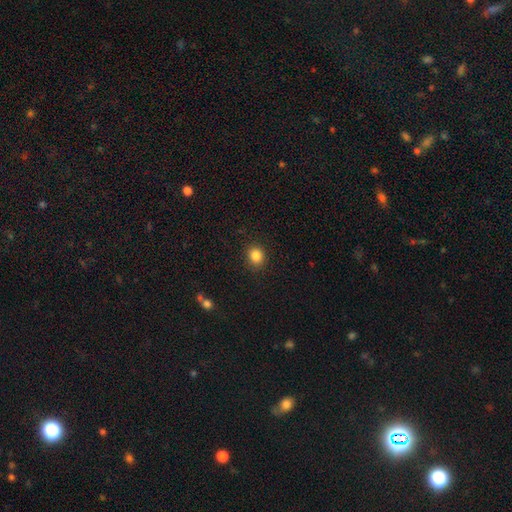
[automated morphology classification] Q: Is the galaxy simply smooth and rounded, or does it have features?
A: smooth — 85%.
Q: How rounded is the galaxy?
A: round — 78%.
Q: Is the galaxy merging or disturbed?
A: none — 89%.